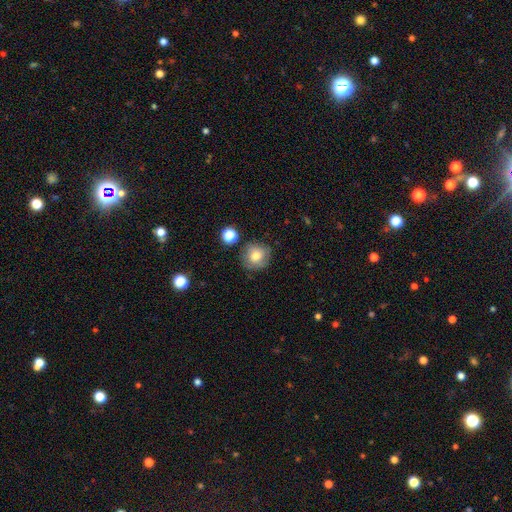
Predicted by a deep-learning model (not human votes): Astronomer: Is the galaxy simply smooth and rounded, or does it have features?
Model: smooth — 71%.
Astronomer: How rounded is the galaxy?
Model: round — 88%.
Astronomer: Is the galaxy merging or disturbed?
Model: none — 75%.